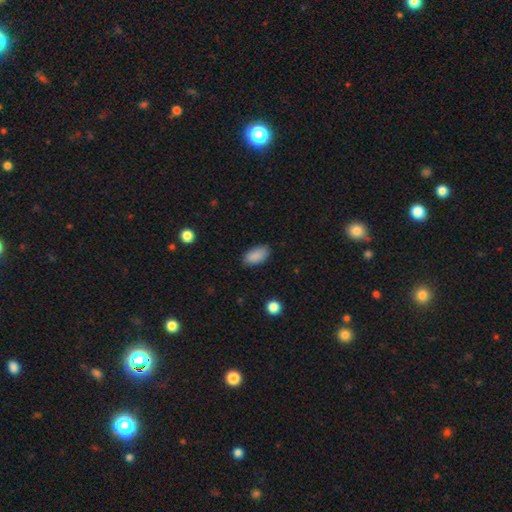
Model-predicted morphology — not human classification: smooth-or-featured: smooth: 89% | star or artifact: 7% | featured or disk: 4%
  how-rounded: in between: 94% | round: 4% | cigar-shaped: 3%
  merging: none: 83% | minor disturbance: 13% | major disturbance: 3% | merger: 1%